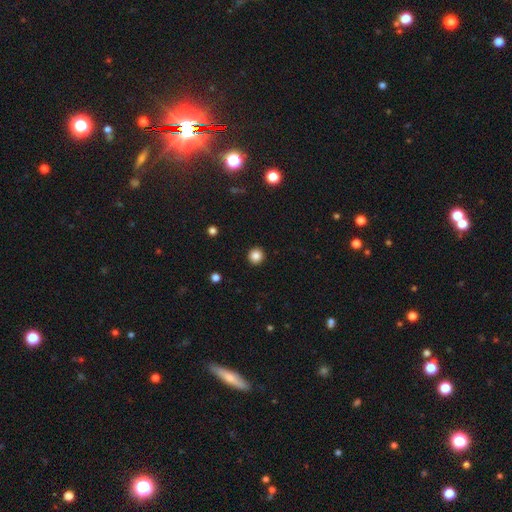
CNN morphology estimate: smooth 85%, star or artifact 11%, featured or disk 4%. Down the decision tree: how rounded — round (94%); merging — none (93%).